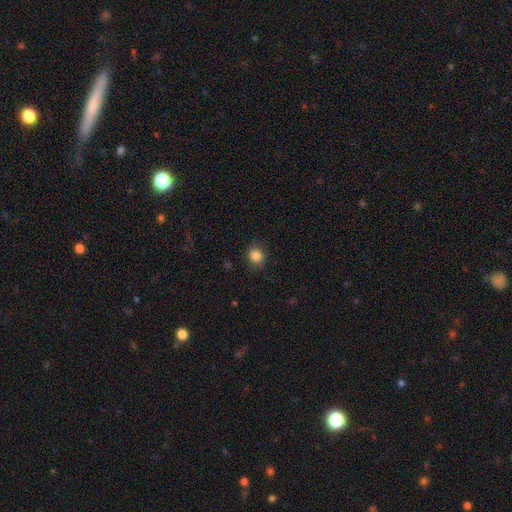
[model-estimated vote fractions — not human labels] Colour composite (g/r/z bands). It shows a smooth galaxy with no disk features (85%) that is round (77%). Merging: none (81%).